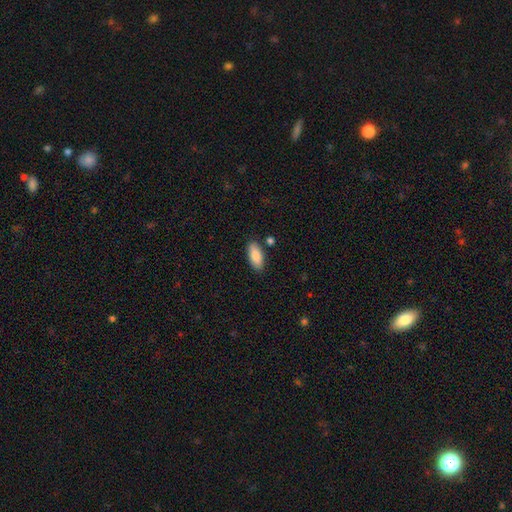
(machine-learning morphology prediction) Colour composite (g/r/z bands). It shows a smooth galaxy with no disk features (86%) that is in between round and cigar-shaped (87%). Merging: none (85%).